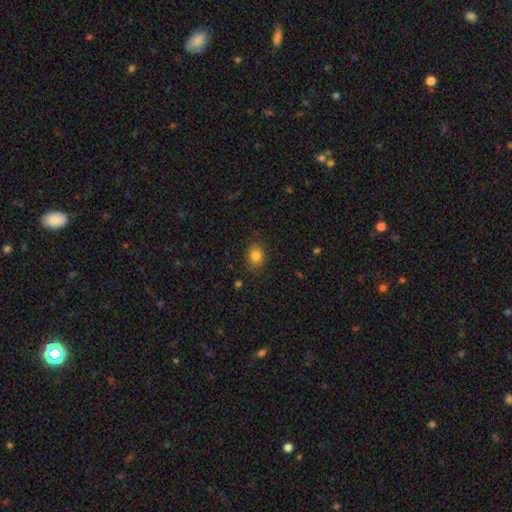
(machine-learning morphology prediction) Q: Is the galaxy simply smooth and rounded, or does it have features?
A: smooth — 83%.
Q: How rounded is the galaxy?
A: in between — 53%.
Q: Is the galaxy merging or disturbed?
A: none — 84%.